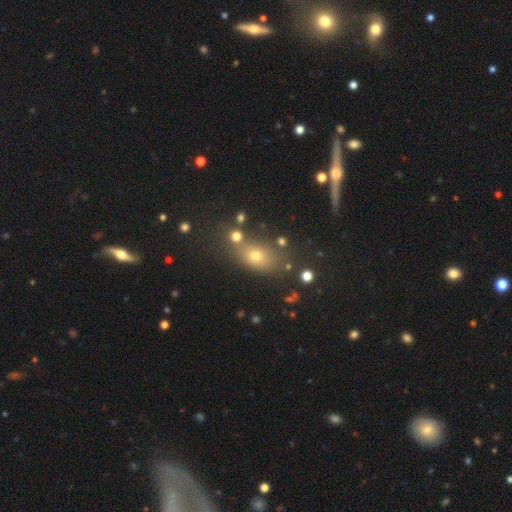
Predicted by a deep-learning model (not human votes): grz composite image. It shows a smooth galaxy with no disk features (64%) that is in between round and cigar-shaped (64%). Merging: none (66%).